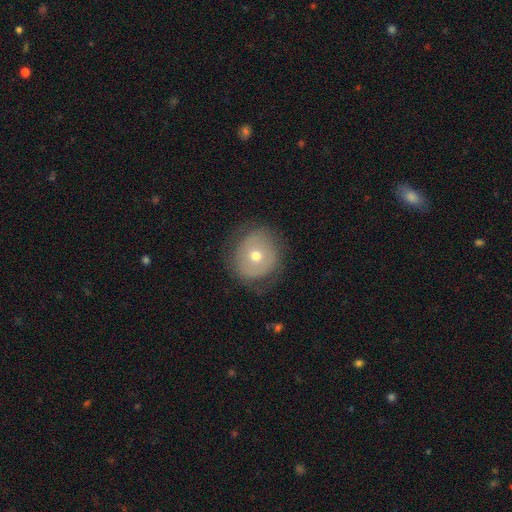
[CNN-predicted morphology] This is possibly a smooth galaxy (50%). Merging: likely none (73%).